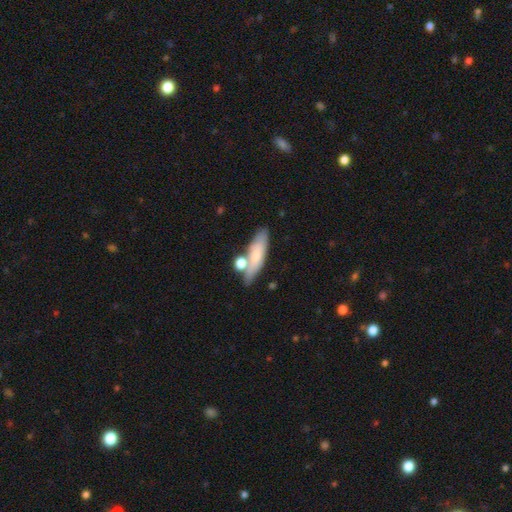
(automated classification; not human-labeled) The model was most divided on "how rounded": cigar-shaped: 50%, in between: 46%, round: 4%. More confident: smooth or featured — smooth (68%); merging — none (61%).